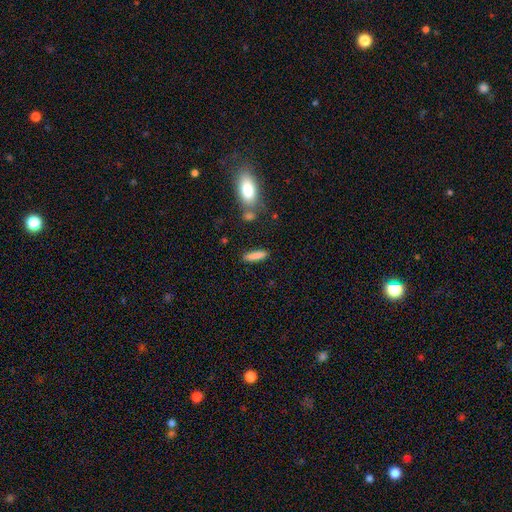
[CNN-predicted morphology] A smooth galaxy with no disk features (84%) that is cigar-shaped (72%). Merging: none (77%).